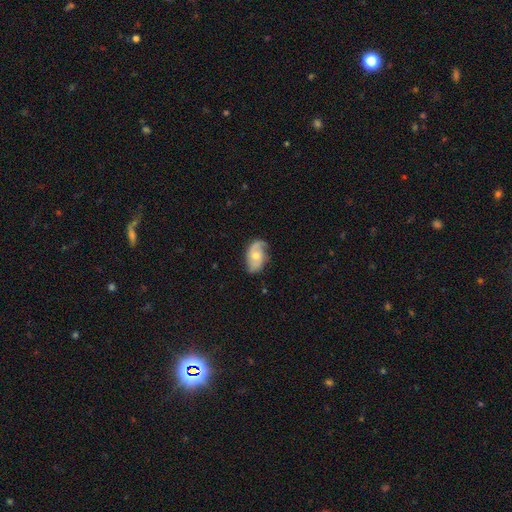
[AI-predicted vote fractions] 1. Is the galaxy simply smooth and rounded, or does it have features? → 66% featured or disk, 28% smooth, 6% star or artifact.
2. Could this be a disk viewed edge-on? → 95% no, 5% yes.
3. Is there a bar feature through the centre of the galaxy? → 70% no, 25% weak, 4% strong.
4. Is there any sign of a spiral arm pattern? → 88% yes, 12% no.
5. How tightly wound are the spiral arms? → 40% medium, 37% loose, 23% tight.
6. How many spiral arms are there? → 71% 2, 13% 1, 11% can't tell, 3% 3, 1% 4, 1% more than 4.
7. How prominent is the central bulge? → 61% moderate, 33% small, 4% large, 2% none, 1% dominant.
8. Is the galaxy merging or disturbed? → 64% none, 25% minor disturbance, 9% major disturbance, 2% merger.